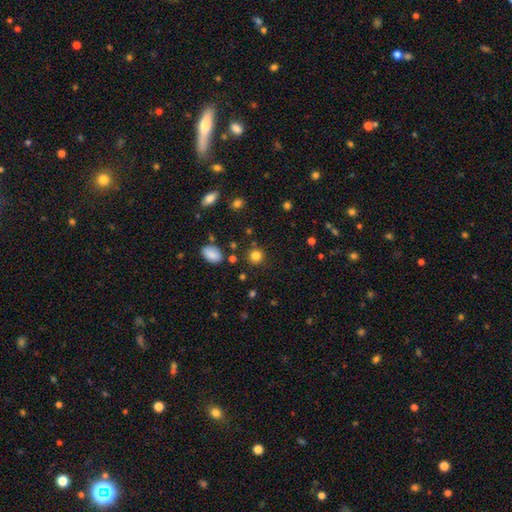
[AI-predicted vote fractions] Q: Smooth or featured?
A: smooth (82%); runner-up: star or artifact (13%)
Q: How rounded?
A: round (89%); runner-up: in between (10%)
Q: Merging?
A: none (86%); runner-up: minor disturbance (8%)